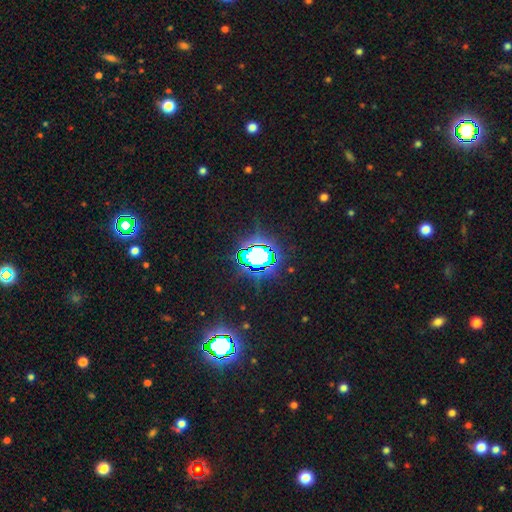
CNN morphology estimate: Smooth or featured: star or artifact — 72% (smooth — 17%)